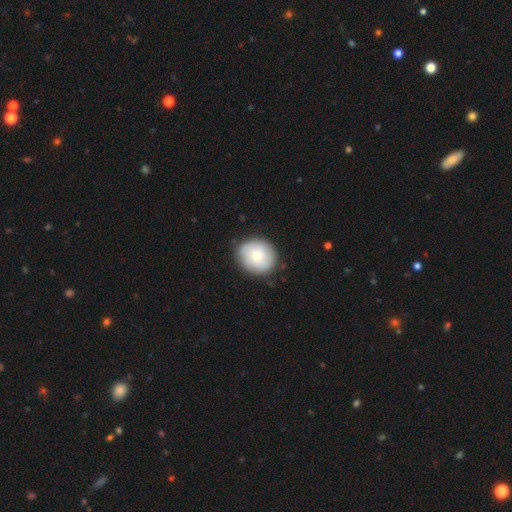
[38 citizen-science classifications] A smooth galaxy with no disk features (71%) that is round (89%).

Vote fractions:
- Smooth or featured? smooth: 71% / featured or disk: 18% / star or artifact: 11%
- How rounded? round: 89% / in between: 11% / cigar-shaped: 0%
- Merging? none: 82% / minor disturbance: 12% / major disturbance: 6% / merger: 0%